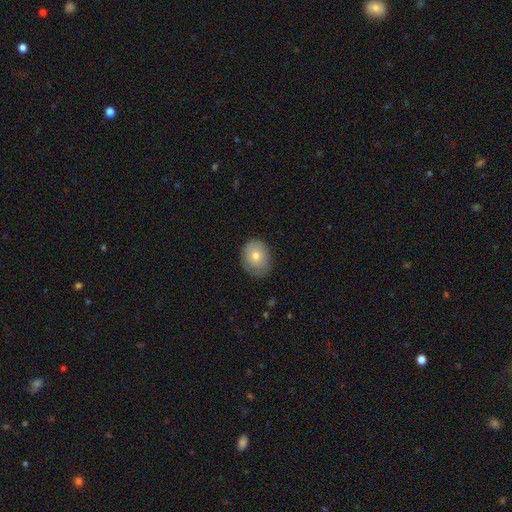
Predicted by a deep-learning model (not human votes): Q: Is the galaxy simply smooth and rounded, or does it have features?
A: smooth — 68%.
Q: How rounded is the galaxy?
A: round — 55%.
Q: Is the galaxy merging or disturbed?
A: none — 72%.